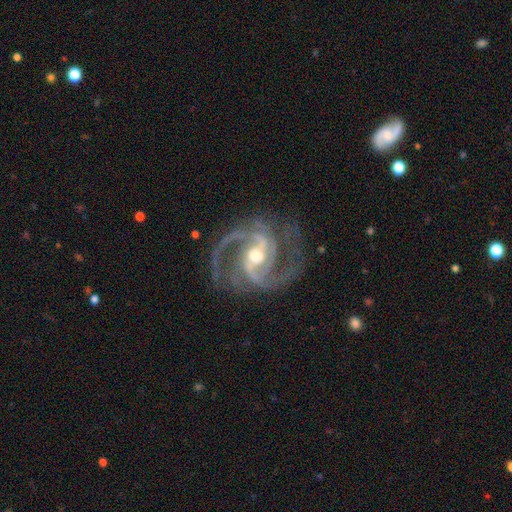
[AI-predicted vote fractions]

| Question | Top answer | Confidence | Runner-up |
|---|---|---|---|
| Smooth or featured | featured or disk | 94% | star or artifact (4%) |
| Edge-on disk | no | 98% | yes (2%) |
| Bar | weak | 42% | strong (35%) |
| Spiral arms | yes | 99% | no (1%) |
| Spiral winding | medium | 63% | tight (25%) |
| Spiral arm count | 2 | 57% | 3 (27%) |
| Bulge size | moderate | 70% | small (19%) |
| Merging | none | 74% | minor disturbance (15%) |